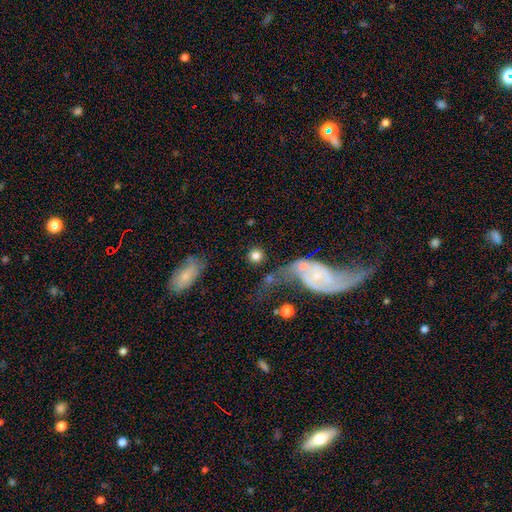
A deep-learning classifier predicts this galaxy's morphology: smooth 78%, featured or disk 14%, star or artifact 9%. Down the decision tree: how rounded — round (89%); merging — none (65%).